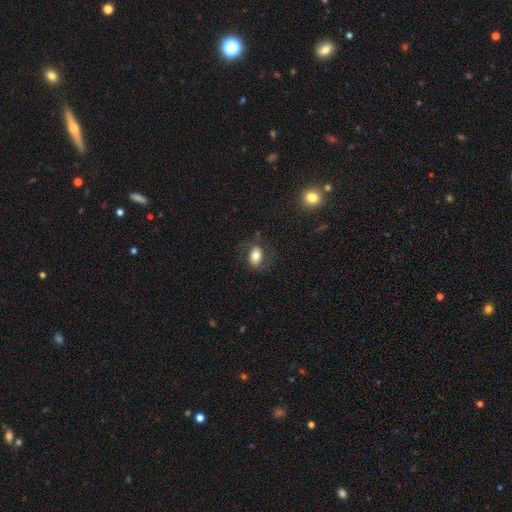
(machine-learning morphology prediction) Smooth or featured: smooth — 73% (featured or disk — 18%)
How rounded: in between — 79% (round — 19%)
Merging: none — 72% (minor disturbance — 17%)